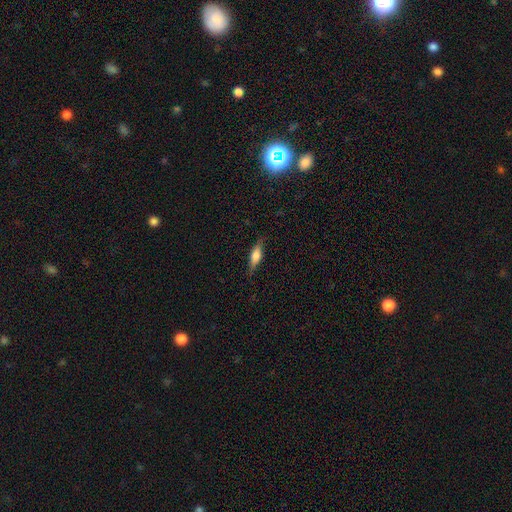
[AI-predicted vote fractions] smooth-or-featured: smooth: 55% | featured or disk: 38% | star or artifact: 7%
  how-rounded: cigar-shaped: 54% | in between: 43% | round: 3%
  merging: none: 82% | minor disturbance: 14% | major disturbance: 3% | merger: 1%